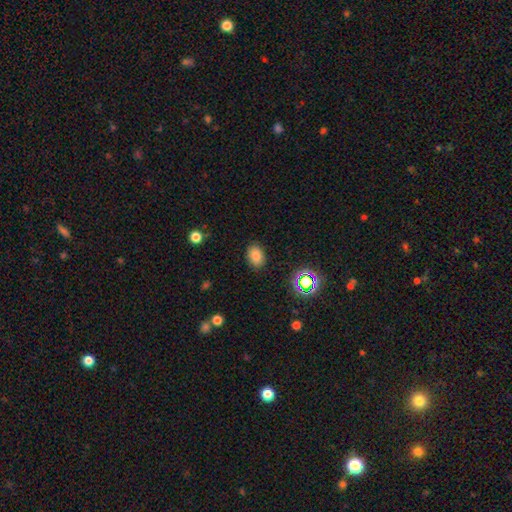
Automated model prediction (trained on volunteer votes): Q: Smooth or featured?
A: smooth (81%); runner-up: star or artifact (13%)
Q: How rounded?
A: in between (79%); runner-up: round (20%)
Q: Merging?
A: none (86%); runner-up: minor disturbance (10%)